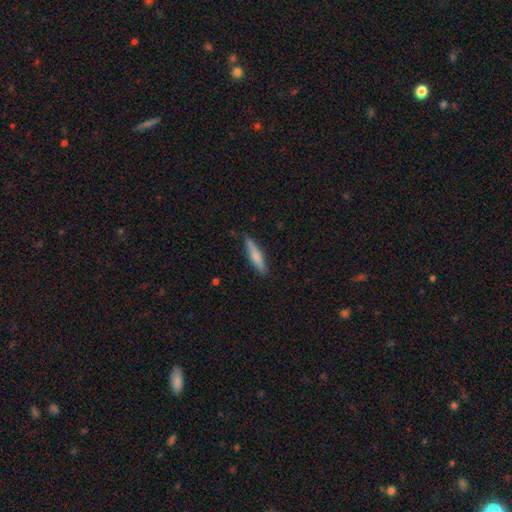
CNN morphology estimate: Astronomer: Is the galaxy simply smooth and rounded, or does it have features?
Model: smooth — 69%.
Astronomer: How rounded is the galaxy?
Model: cigar-shaped — 87%.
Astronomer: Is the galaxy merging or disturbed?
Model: none — 83%.